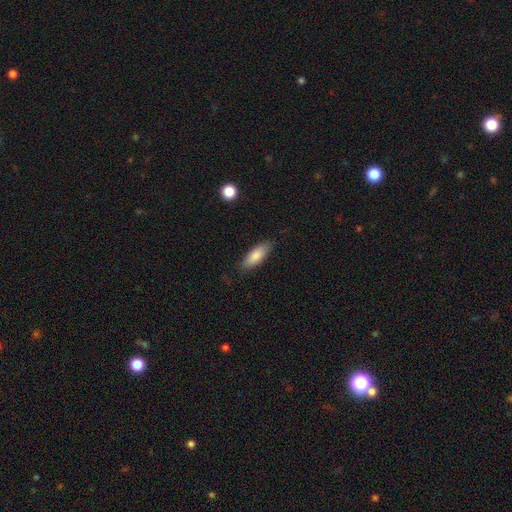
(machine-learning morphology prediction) smooth 83%, featured or disk 11%, star or artifact 6%. Down the decision tree: how rounded — in between (66%); merging — none (83%).